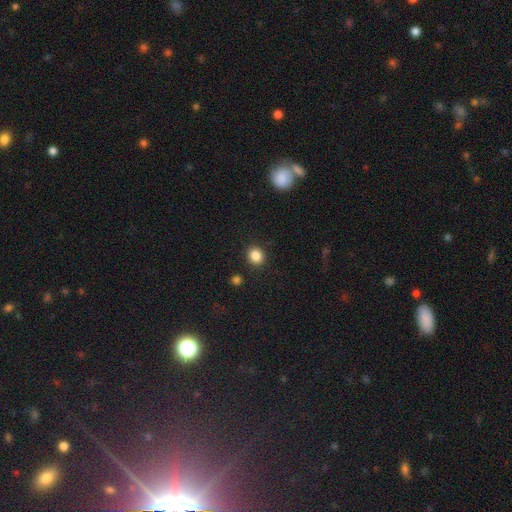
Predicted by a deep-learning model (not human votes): Morphology: type=smooth (86%); roundness=round (80%); merging=none (89%).